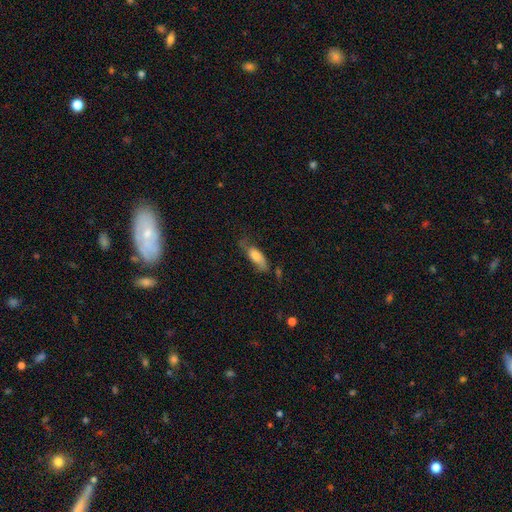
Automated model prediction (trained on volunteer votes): smooth 70%, featured or disk 23%, star or artifact 7%. Down the decision tree: how rounded — in between (70%); merging — none (45%).